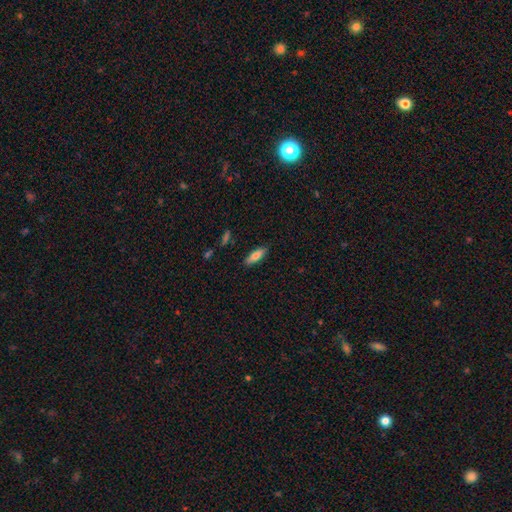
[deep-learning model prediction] smooth-or-featured: smooth: 75% | featured or disk: 19% | star or artifact: 7%
  how-rounded: in between: 50% | cigar-shaped: 48% | round: 2%
  merging: none: 87% | minor disturbance: 10% | major disturbance: 2% | merger: 1%